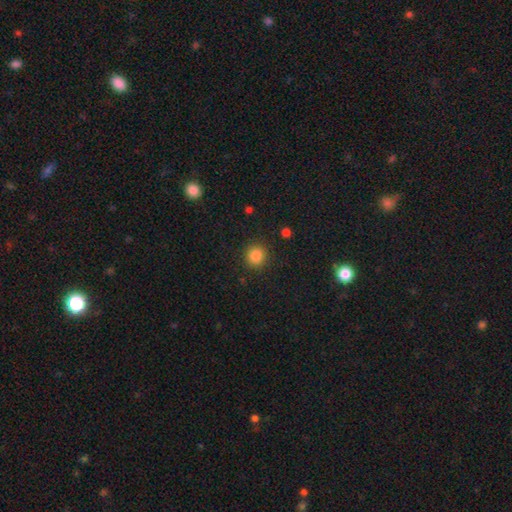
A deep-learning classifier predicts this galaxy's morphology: smooth 84%, star or artifact 12%, featured or disk 4%. Down the decision tree: how rounded — round (93%); merging — none (91%).